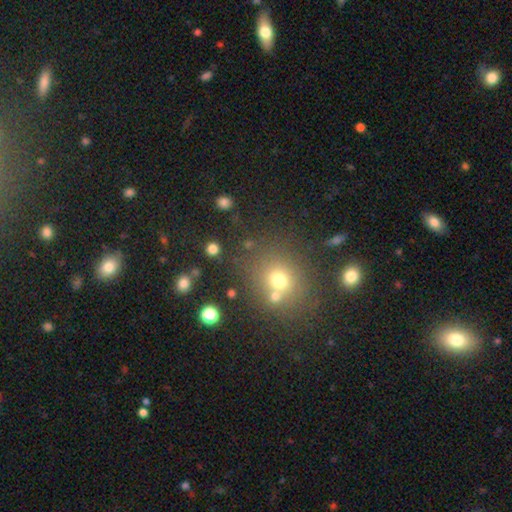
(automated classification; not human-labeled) Smooth or featured: smooth — 56% (star or artifact — 33%)
How rounded: round — 80% (in between — 19%)
Merging: none — 70% (merger — 17%)